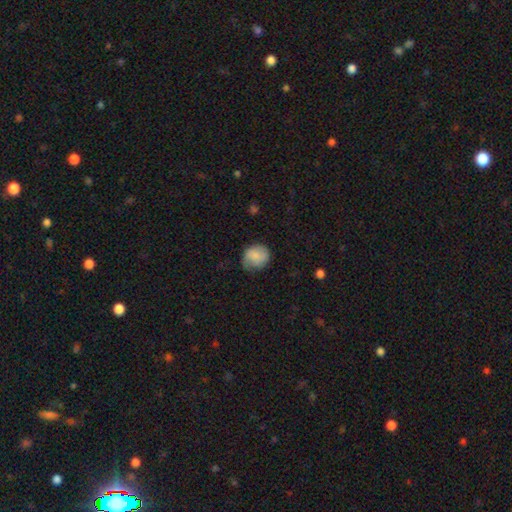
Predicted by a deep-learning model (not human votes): This is likely a smooth galaxy (74%). How rounded: likely round (73%). Merging: likely none (65%).